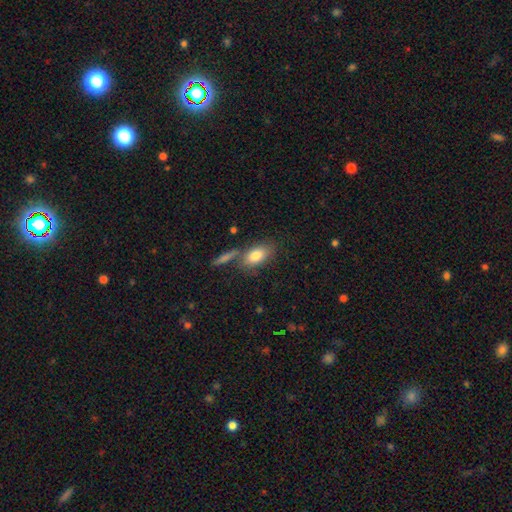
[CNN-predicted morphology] The model was most divided on "merging": none: 63%, merger: 18%, minor disturbance: 14%, major disturbance: 5%. More confident: how rounded — in between (88%); smooth or featured — smooth (81%).